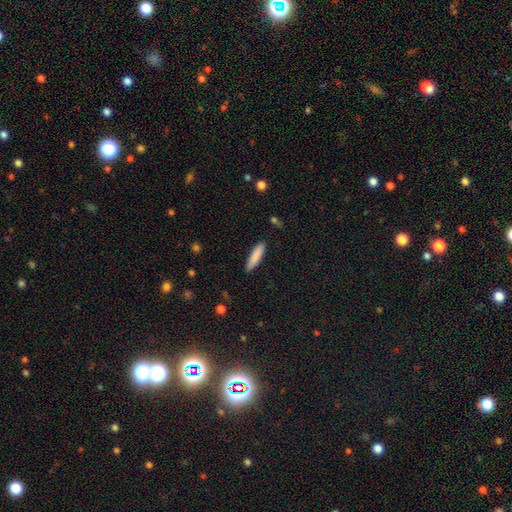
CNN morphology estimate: This appears to be a smooth galaxy with no disk features (86%) that is cigar-shaped (75%). Merging: none (88%).